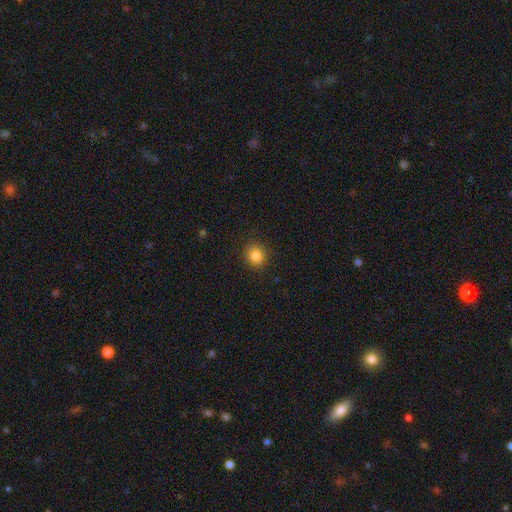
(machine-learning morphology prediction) Smooth or featured?
  - smooth: 84% *
  - star or artifact: 11%
  - featured or disk: 5%
How rounded?
  - round: 82% *
  - in between: 17%
  - cigar-shaped: 1%
Merging?
  - none: 90% *
  - minor disturbance: 7%
  - major disturbance: 2%
  - merger: 1%